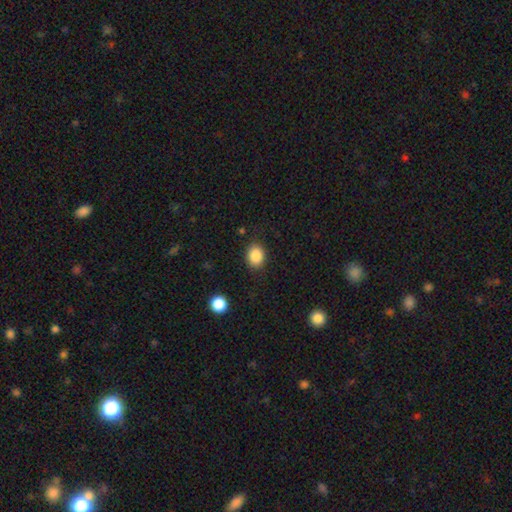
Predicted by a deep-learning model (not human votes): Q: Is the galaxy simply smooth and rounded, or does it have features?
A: smooth — 86%.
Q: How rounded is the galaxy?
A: in between — 50%.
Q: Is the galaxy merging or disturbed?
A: none — 86%.